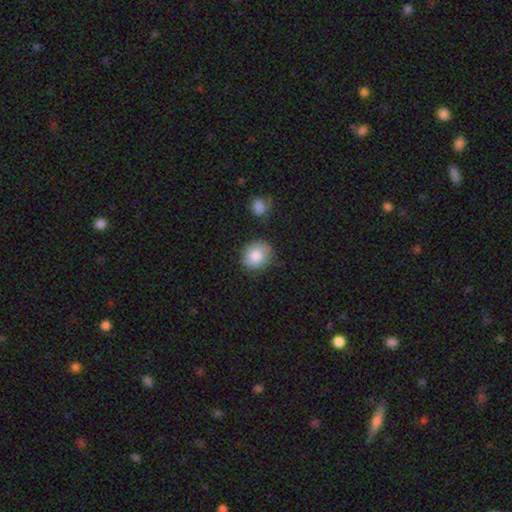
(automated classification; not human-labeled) Smooth or featured? Predicted: smooth (p=0.82). How rounded? Predicted: round (p=0.73). Merging? Predicted: none (p=0.74).